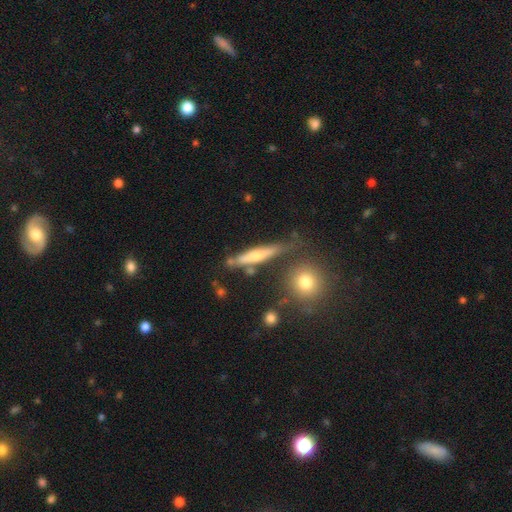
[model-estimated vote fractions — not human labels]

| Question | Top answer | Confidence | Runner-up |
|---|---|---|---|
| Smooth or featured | featured or disk | 52% | smooth (39%) |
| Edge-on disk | yes | 88% | no (12%) |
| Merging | none | 70% | minor disturbance (16%) |